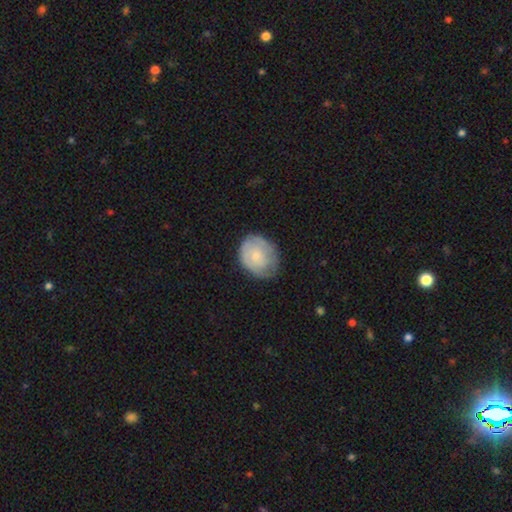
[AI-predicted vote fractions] Morphology: type=smooth (61%); roundness=round (52%); merging=none (60%).